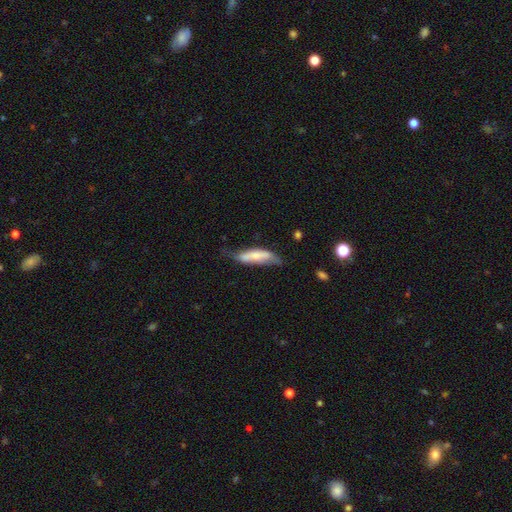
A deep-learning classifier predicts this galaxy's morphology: Smooth or featured? Predicted: smooth (p=0.55). How rounded? Predicted: cigar-shaped (p=0.58). Merging? Predicted: none (p=0.39).